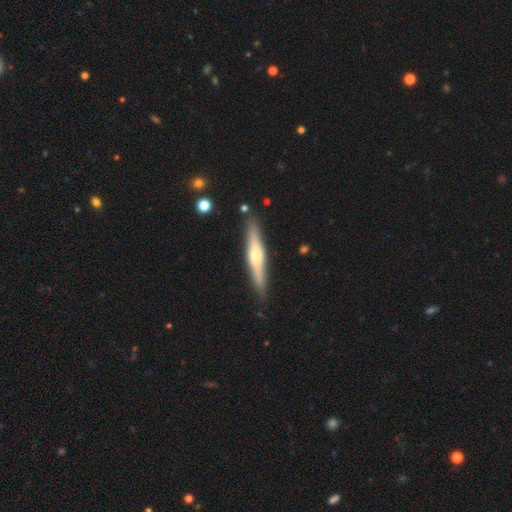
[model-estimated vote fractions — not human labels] A featured or disk galaxy (57%) viewed edge-on (95%) with a rounded central bulge (80%).

Vote fractions:
- Smooth or featured? featured or disk: 57% / smooth: 38% / star or artifact: 5%
- Edge-on disk? yes: 95% / no: 5%
- Edge-on bulge? rounded: 80% / none: 11% / boxy: 9%
- Merging? none: 87% / minor disturbance: 9% / merger: 2% / major disturbance: 2%